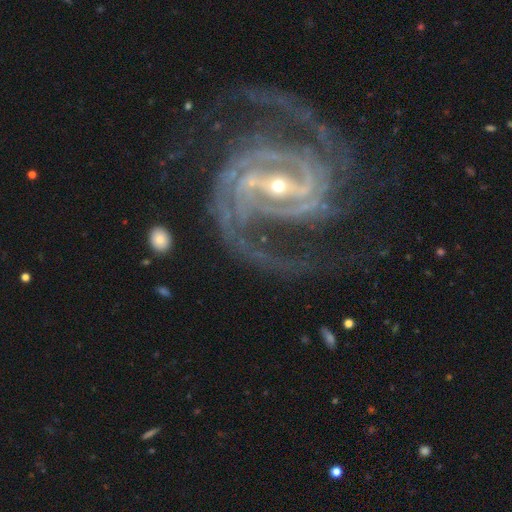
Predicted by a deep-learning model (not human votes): Smooth or featured?
  - featured or disk: 94% *
  - star or artifact: 4%
  - smooth: 2%
Edge-on disk?
  - no: 98% *
  - yes: 2%
Bar?
  - strong: 67% *
  - weak: 25%
  - no: 8%
Spiral arms?
  - yes: 99% *
  - no: 1%
Spiral winding?
  - medium: 51% *
  - tight: 38%
  - loose: 11%
Spiral arm count?
  - 2: 55% *
  - 3: 16%
  - 4: 9%
  - can't tell: 8%
  - more than 4: 6%
  - 1: 6%
Bulge size?
  - small: 72% *
  - moderate: 24%
  - large: 2%
  - none: 1%
  - dominant: 1%
Merging?
  - none: 66% *
  - major disturbance: 16%
  - minor disturbance: 15%
  - merger: 2%